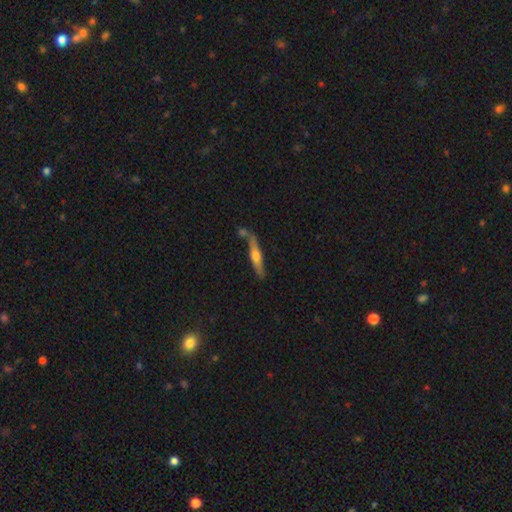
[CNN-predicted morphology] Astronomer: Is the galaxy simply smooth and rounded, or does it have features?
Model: featured or disk — 54% (runner-up: smooth, 40%).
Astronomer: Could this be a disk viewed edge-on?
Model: yes — 91%.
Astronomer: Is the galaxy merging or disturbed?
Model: none — 64%.